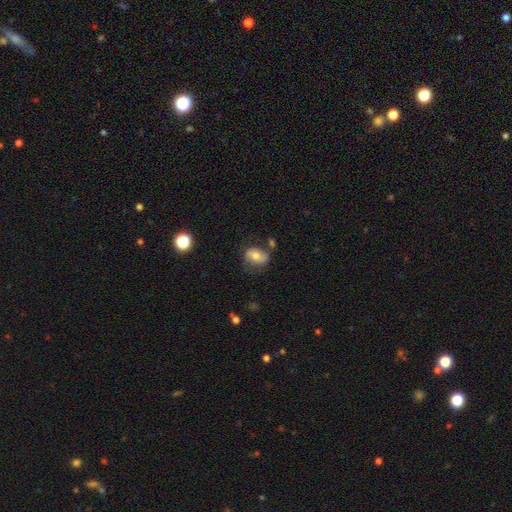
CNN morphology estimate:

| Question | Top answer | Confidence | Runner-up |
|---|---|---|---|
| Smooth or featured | smooth | 56% | featured or disk (35%) |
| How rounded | in between | 74% | round (24%) |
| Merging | none | 59% | minor disturbance (23%) |